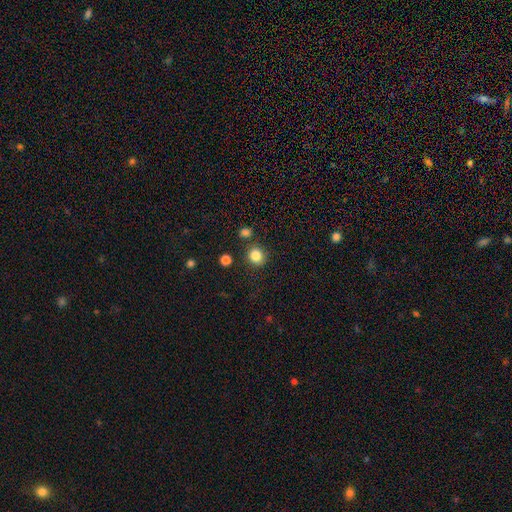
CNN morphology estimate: Overall: smooth (84%). How rounded: round (86%). Merging: none (84%).